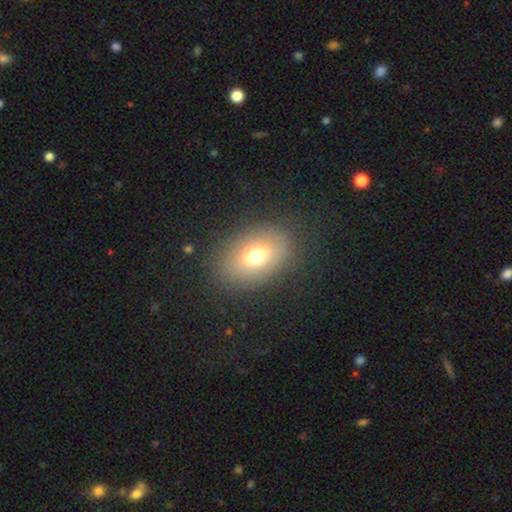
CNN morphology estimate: Q: Smooth or featured?
A: smooth (68%); runner-up: featured or disk (18%)
Q: How rounded?
A: in between (75%); runner-up: round (24%)
Q: Merging?
A: none (80%); runner-up: minor disturbance (12%)